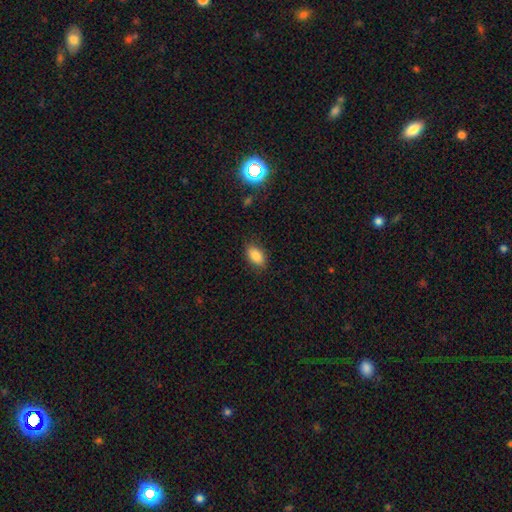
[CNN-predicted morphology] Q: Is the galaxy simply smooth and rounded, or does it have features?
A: smooth — 85%.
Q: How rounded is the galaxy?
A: in between — 90%.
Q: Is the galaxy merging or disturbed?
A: none — 86%.